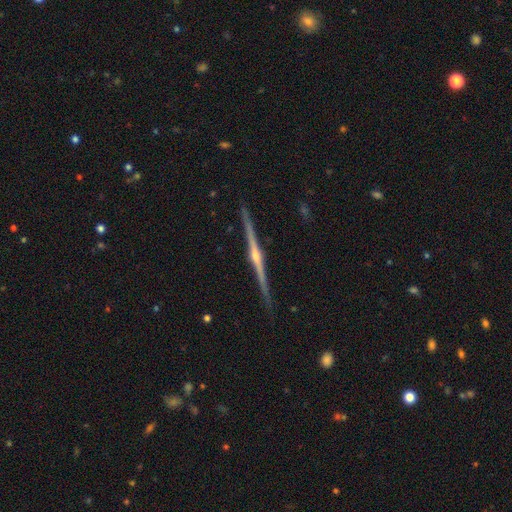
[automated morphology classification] The model was most divided on "smooth or featured": featured or disk: 90%, smooth: 6%, star or artifact: 4%. More confident: edge-on disk — yes (99%); merging — none (92%); edge-on bulge — rounded (90%).